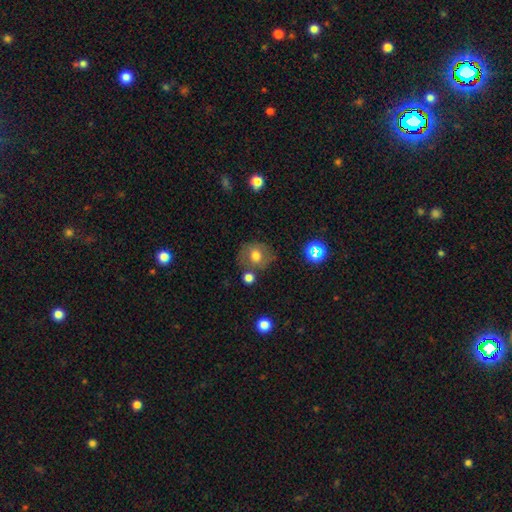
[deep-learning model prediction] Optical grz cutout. It shows a smooth galaxy with no disk features (66%) that is round (74%). Merging: none (64%).